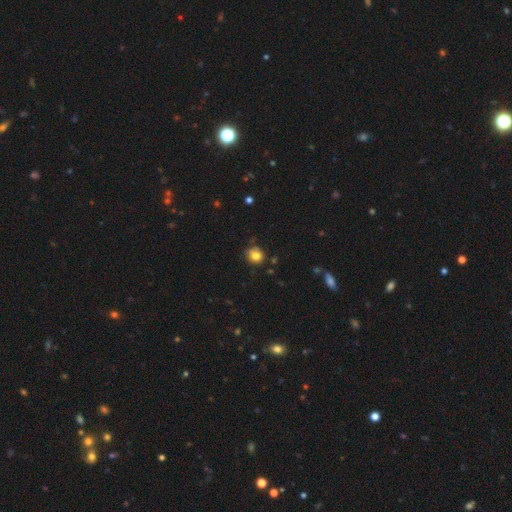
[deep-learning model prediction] A smooth galaxy with no disk features (80%) that is round (78%). Merging: none (67%).